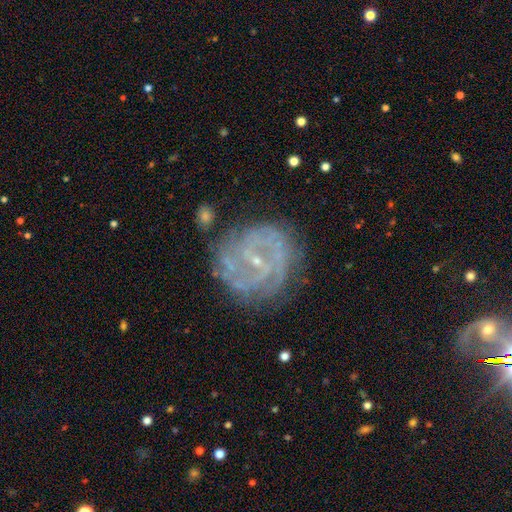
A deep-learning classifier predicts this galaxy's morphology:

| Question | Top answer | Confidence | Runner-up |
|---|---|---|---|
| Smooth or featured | featured or disk | 81% | star or artifact (10%) |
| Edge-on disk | no | 97% | yes (3%) |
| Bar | weak | 43% | no (42%) |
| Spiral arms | yes | 94% | no (6%) |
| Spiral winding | tight | 62% | medium (31%) |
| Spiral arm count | can't tell | 27% | tied: 2 (27%) |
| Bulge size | small | 84% | moderate (10%) |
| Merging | none | 74% | minor disturbance (16%) |